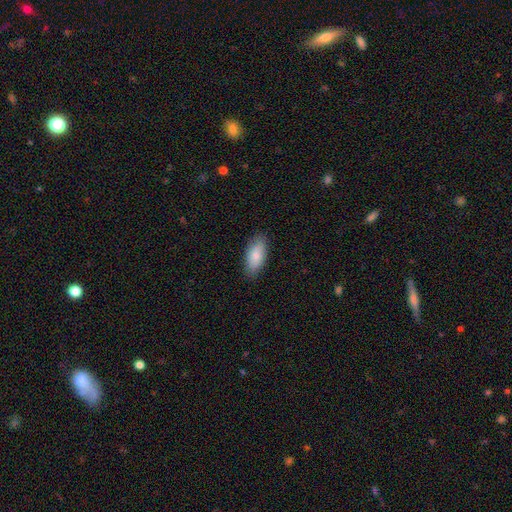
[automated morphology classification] smooth_or_featured: smooth (p=0.84) [alt: featured or disk p=0.10]
how_rounded: in between (p=0.83) [alt: cigar-shaped p=0.15]
merging: none (p=0.85) [alt: minor disturbance p=0.12]